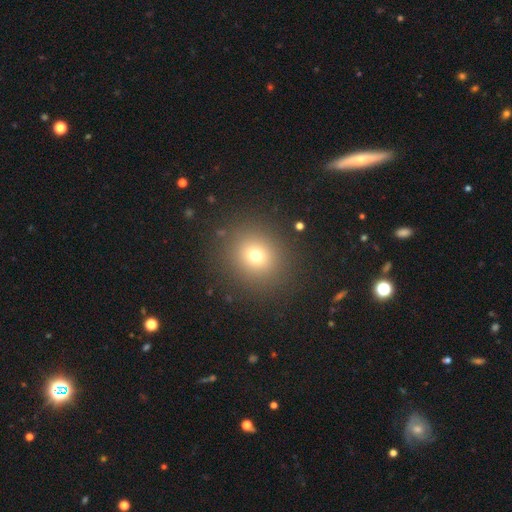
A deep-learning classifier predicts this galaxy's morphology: A smooth galaxy with no disk features (72%) that is round (85%).

Vote fractions:
- Smooth or featured? smooth: 72% / star or artifact: 18% / featured or disk: 10%
- How rounded? round: 85% / in between: 14% / cigar-shaped: 1%
- Merging? none: 88% / minor disturbance: 7% / major disturbance: 4% / merger: 1%